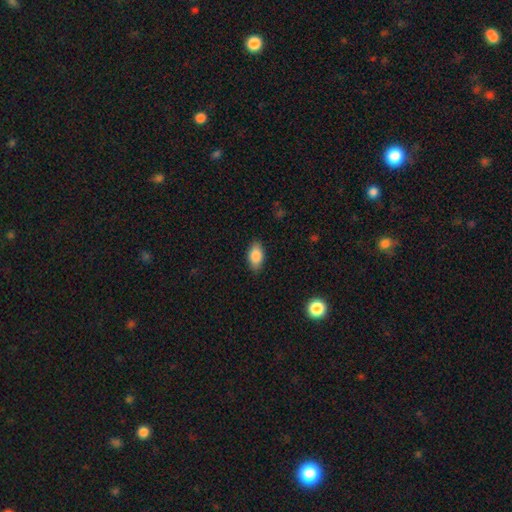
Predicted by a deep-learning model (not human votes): Smooth or featured: smooth — 85% (featured or disk — 8%)
How rounded: in between — 91% (round — 5%)
Merging: none — 86% (minor disturbance — 10%)